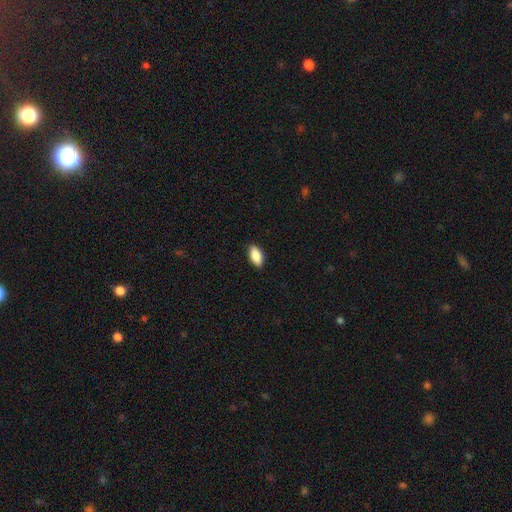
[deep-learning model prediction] Q: Smooth or featured?
A: smooth (85%); runner-up: featured or disk (8%)
Q: How rounded?
A: in between (89%); runner-up: cigar-shaped (8%)
Q: Merging?
A: none (88%); runner-up: minor disturbance (9%)